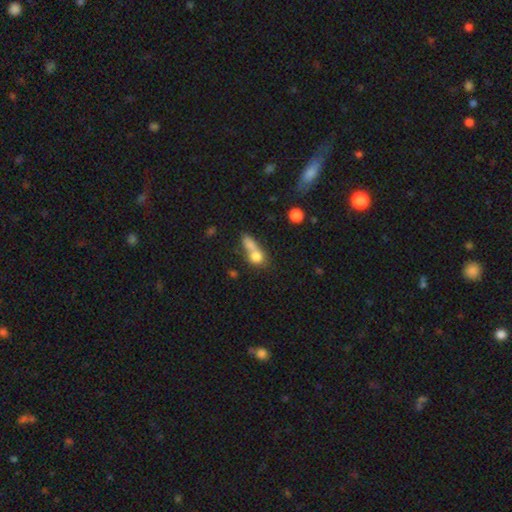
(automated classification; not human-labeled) Smooth or featured?
  - smooth: 72% *
  - featured or disk: 16%
  - star or artifact: 12%
How rounded?
  - round: 50% *
  - in between: 36%
  - cigar-shaped: 14%
Merging?
  - merger: 53% *
  - none: 28%
  - minor disturbance: 10%
  - major disturbance: 9%